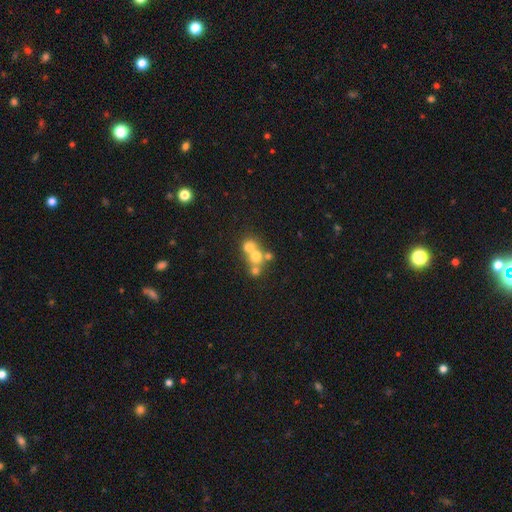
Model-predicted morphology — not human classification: Smooth or featured: smooth — 61% (featured or disk — 24%)
How rounded: round — 82% (in between — 17%)
Merging: merger — 58% (none — 33%)